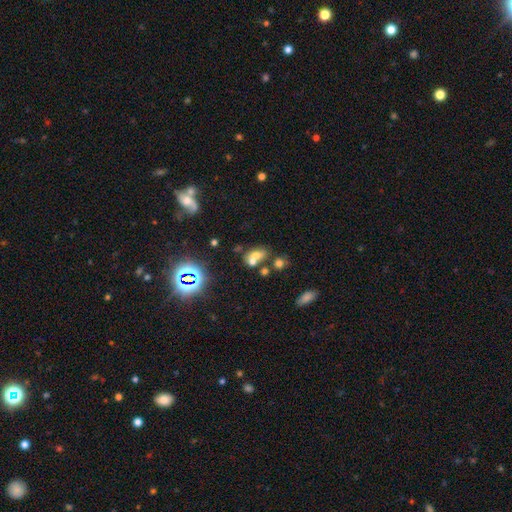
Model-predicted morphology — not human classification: smooth 59%, star or artifact 22%, featured or disk 19%. Down the decision tree: how rounded — in between (69%); merging — merger (48%).